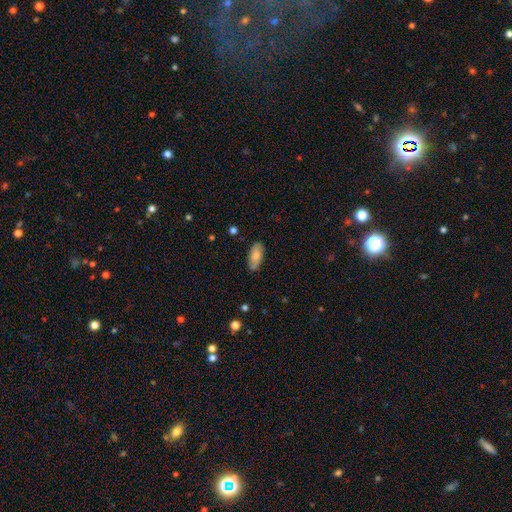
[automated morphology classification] A smooth galaxy with no disk features (79%) that is in between round and cigar-shaped (87%). Merging: none (81%).